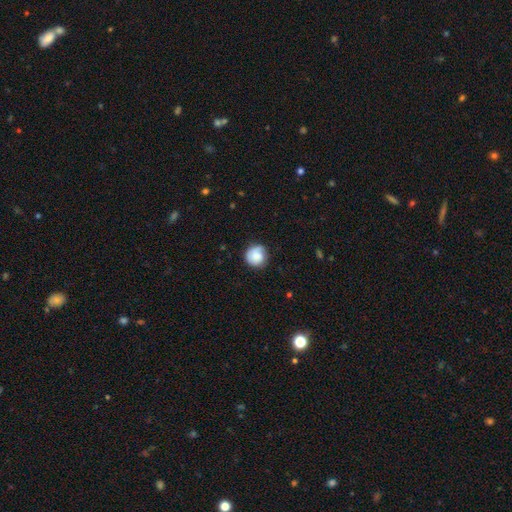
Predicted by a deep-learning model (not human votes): Smooth or featured? smooth (79%)
How rounded? round (91%)
Merging? none (75%)